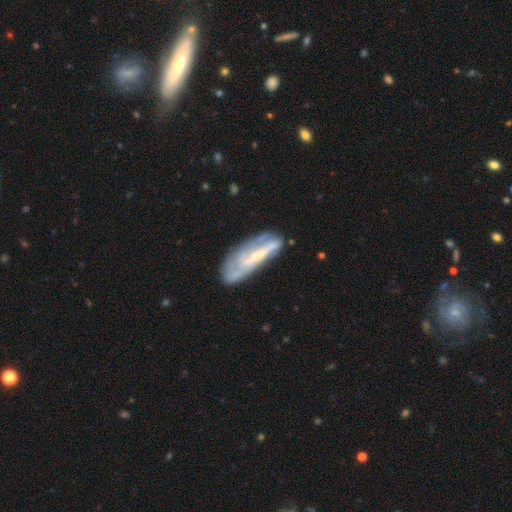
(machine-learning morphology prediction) Overall: featured or disk (58%; smooth 34%). Edge-on disk: no (73%). Merging: none (54%; minor disturbance 25%).